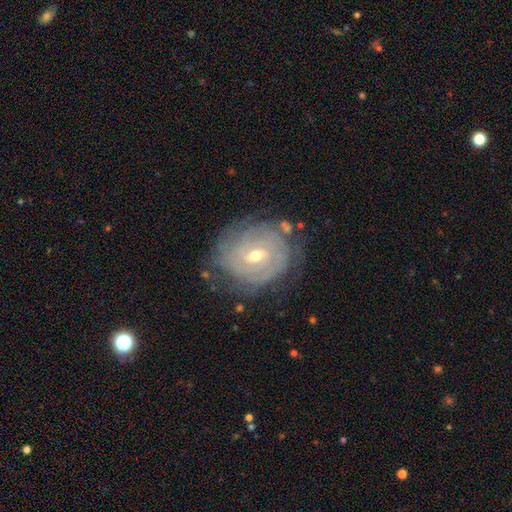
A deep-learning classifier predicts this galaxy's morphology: smooth_or_featured: featured or disk (p=0.83) [alt: smooth p=0.10]
disk_edge_on: no (p=0.97) [alt: yes p=0.03]
bar: weak (p=0.56) [alt: no p=0.30]
has_spiral_arms: yes (p=0.93) [alt: no p=0.07]
spiral_winding: tight (p=0.82) [alt: medium p=0.15]
spiral_arm_count: can't tell (p=0.45) [alt: 2 p=0.17]
bulge_size: moderate (p=0.52) [alt: small p=0.45]
merging: none (p=0.73) [alt: minor disturbance p=0.18]